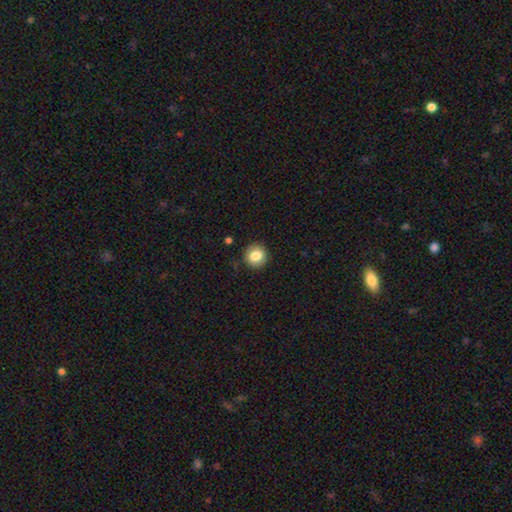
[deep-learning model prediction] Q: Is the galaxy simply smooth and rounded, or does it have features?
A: smooth — 84%.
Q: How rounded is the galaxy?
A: round — 90%.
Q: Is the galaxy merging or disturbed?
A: none — 89%.